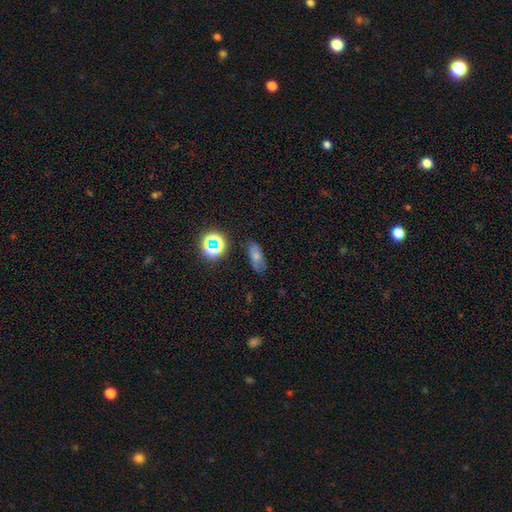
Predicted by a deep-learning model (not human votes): smooth 65%, featured or disk 18%, star or artifact 17%. Down the decision tree: how rounded — in between (80%); merging — none (69%).